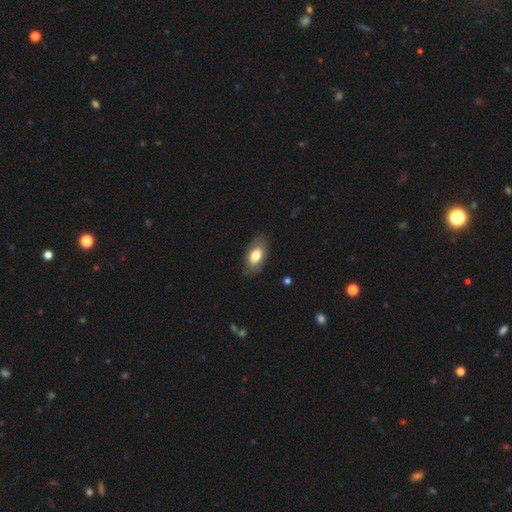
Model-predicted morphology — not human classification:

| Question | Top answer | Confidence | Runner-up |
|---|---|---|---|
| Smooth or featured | smooth | 75% | featured or disk (19%) |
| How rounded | in between | 93% | round (4%) |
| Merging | none | 81% | minor disturbance (15%) |